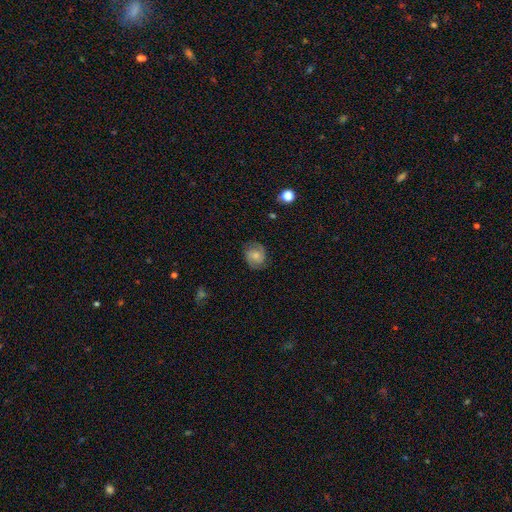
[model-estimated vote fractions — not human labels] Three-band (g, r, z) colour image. It shows a featured or disk galaxy (47%). Merging: none (78%).